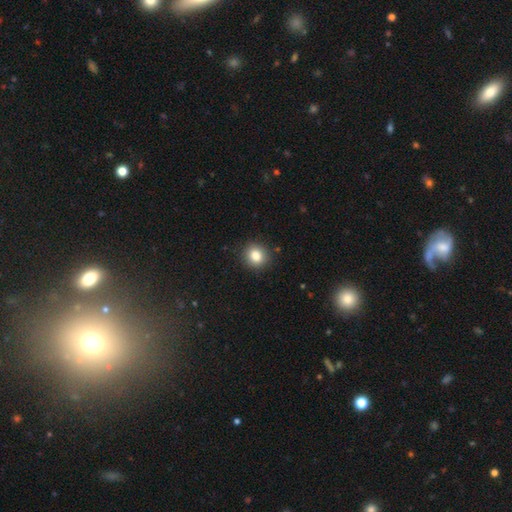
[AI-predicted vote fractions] smooth 84%, star or artifact 10%, featured or disk 6%. Down the decision tree: how rounded — round (86%); merging — none (90%).